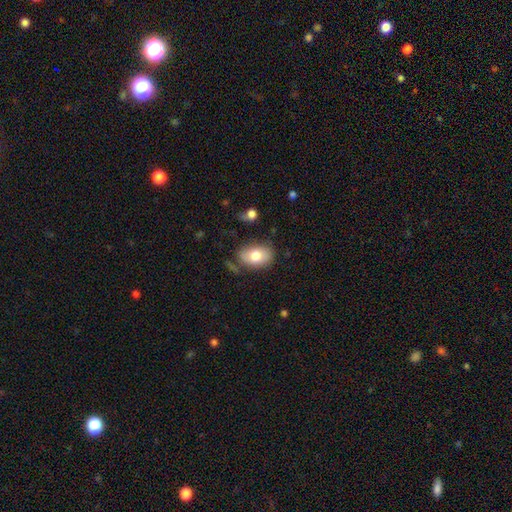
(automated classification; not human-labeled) Morphology: type=smooth (76%); roundness=in between (85%); merging=none (71%).